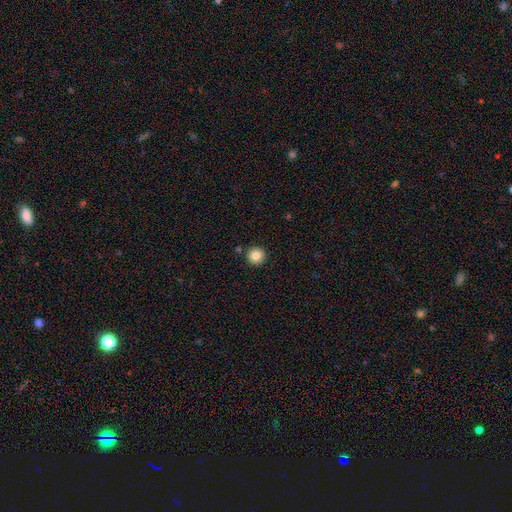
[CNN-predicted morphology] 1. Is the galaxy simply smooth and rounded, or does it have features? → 84% smooth, 10% star or artifact, 6% featured or disk.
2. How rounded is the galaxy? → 96% round, 3% in between, 1% cigar-shaped.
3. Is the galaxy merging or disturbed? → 91% none, 5% minor disturbance, 2% merger, 2% major disturbance.